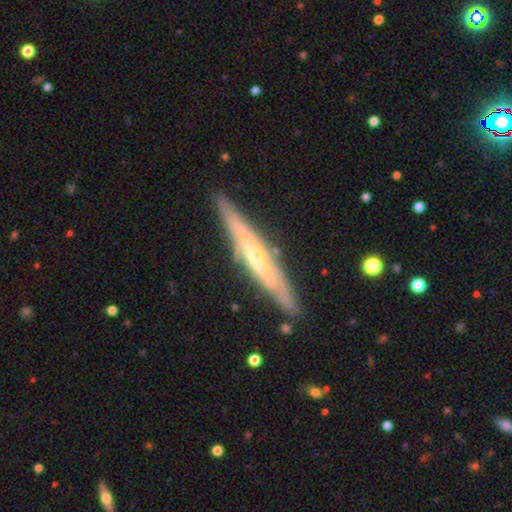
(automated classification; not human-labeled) Overall: featured or disk (75%). Edge-on disk: yes (80%). Edge-on bulge: rounded (47%; none 44%). Merging: none (83%).